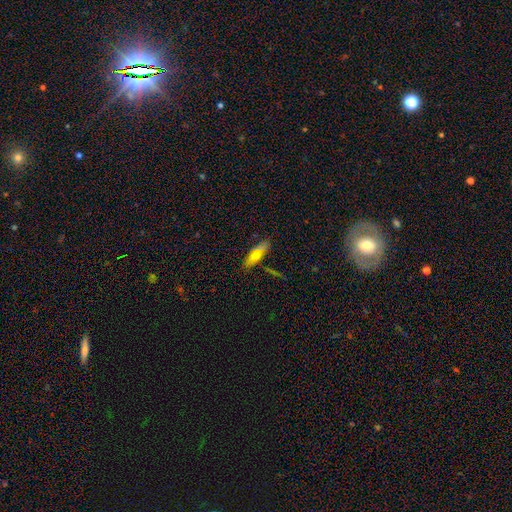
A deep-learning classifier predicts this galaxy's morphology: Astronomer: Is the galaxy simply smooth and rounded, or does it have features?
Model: smooth — 57% (runner-up: featured or disk, 33%).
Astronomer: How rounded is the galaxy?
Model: in between — 63%.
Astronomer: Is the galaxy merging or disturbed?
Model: none — 74%.